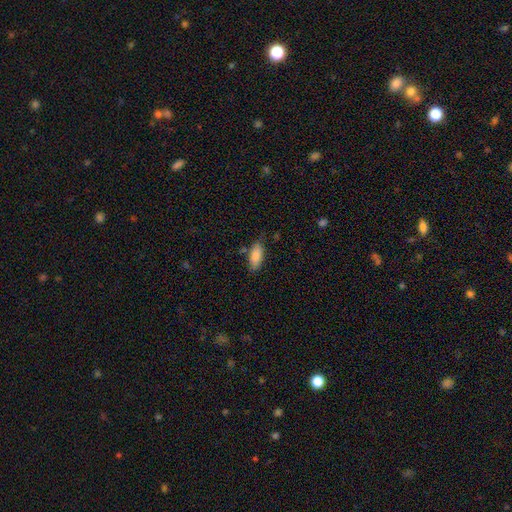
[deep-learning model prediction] Q: Smooth or featured?
A: smooth (84%); runner-up: featured or disk (9%)
Q: How rounded?
A: in between (83%); runner-up: cigar-shaped (15%)
Q: Merging?
A: none (76%); runner-up: minor disturbance (17%)